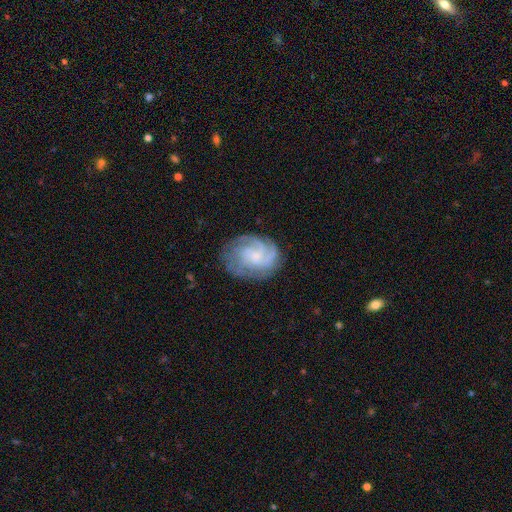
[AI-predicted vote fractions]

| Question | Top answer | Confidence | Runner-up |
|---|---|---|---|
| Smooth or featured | featured or disk | 77% | smooth (16%) |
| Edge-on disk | no | 98% | yes (2%) |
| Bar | no | 67% | weak (29%) |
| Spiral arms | yes | 95% | no (5%) |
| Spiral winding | tight | 58% | medium (33%) |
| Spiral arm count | can't tell | 29% | 3 (26%) |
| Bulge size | small | 62% | moderate (22%) |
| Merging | none | 75% | minor disturbance (17%) |